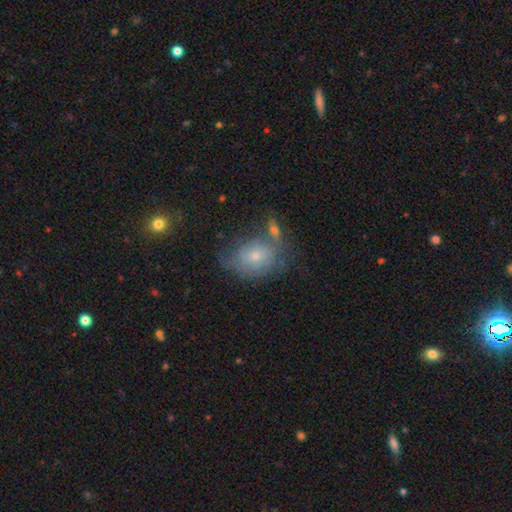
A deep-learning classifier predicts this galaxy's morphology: The model was most divided on "how rounded": in between: 55%, round: 44%, cigar-shaped: 1%. Remaining: smooth or featured — smooth (53%); merging — none (42%).